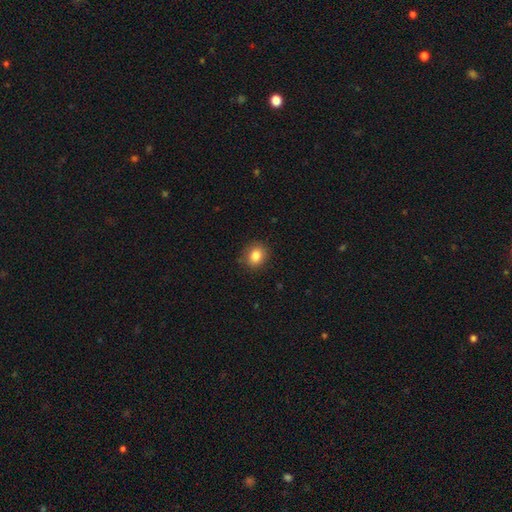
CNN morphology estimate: This appears to be a smooth galaxy with no disk features (84%) that is round (67%). Merging: none (86%).